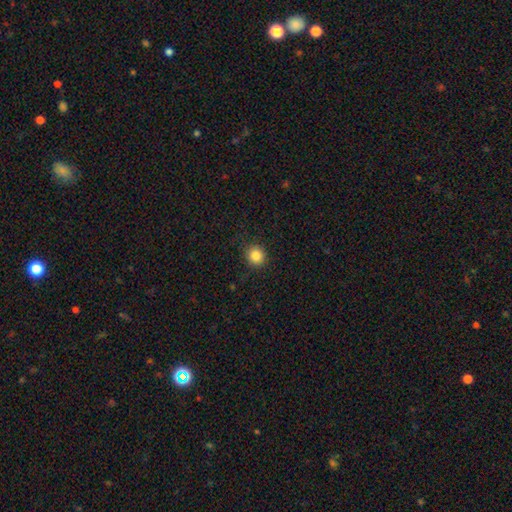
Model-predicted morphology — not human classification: Smooth or featured? Predicted: smooth (p=0.85). How rounded? Predicted: round (p=0.87). Merging? Predicted: none (p=0.89).